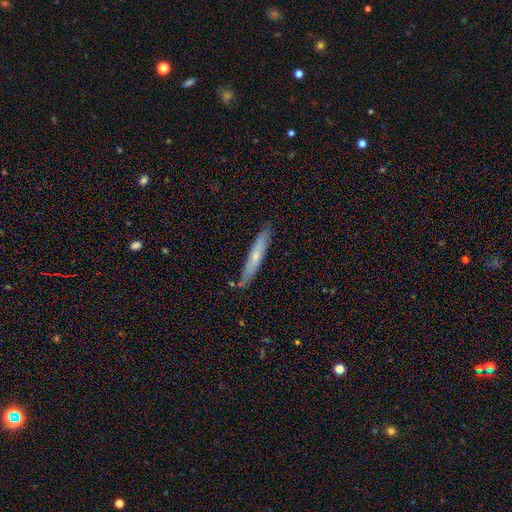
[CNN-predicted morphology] Smooth or featured?
  - smooth: 52% *
  - featured or disk: 42%
  - star or artifact: 6%
How rounded?
  - cigar-shaped: 93% *
  - in between: 6%
  - round: 1%
Merging?
  - none: 83% *
  - minor disturbance: 13%
  - merger: 2%
  - major disturbance: 2%